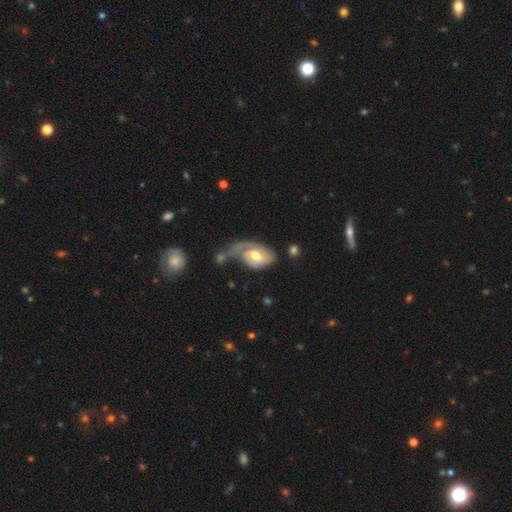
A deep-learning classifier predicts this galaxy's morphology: Smooth or featured?
  - featured or disk: 76% *
  - smooth: 19%
  - star or artifact: 5%
Edge-on disk?
  - no: 96% *
  - yes: 4%
Bar?
  - weak: 48% *
  - no: 38%
  - strong: 14%
Spiral arms?
  - yes: 89% *
  - no: 11%
Spiral winding?
  - tight: 43% *
  - medium: 37%
  - loose: 19%
Spiral arm count?
  - 2: 45% *
  - 1: 37%
  - can't tell: 13%
  - 3: 3%
  - 4: 1%
  - more than 4: 1%
Bulge size?
  - moderate: 71% *
  - small: 16%
  - large: 10%
  - none: 1%
  - dominant: 1%
Merging?
  - major disturbance: 30% *
  - none: 29%
  - minor disturbance: 23%
  - merger: 18%